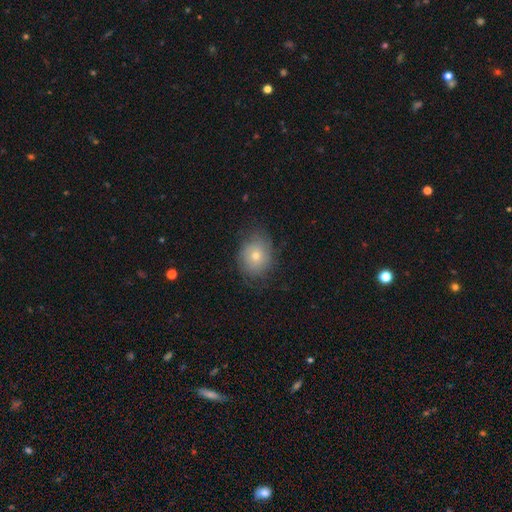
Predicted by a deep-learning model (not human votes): smooth-or-featured: smooth: 63% | featured or disk: 27% | star or artifact: 10%
  how-rounded: round: 51% | in between: 48% | cigar-shaped: 1%
  merging: none: 70% | minor disturbance: 21% | major disturbance: 8% | merger: 1%